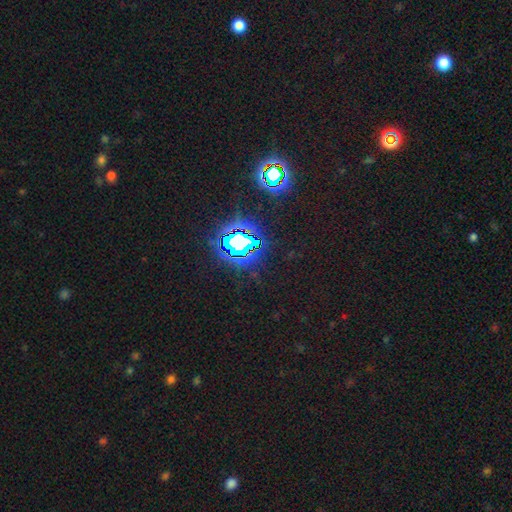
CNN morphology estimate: This is clearly a star or artifact rather than a galaxy (82%).